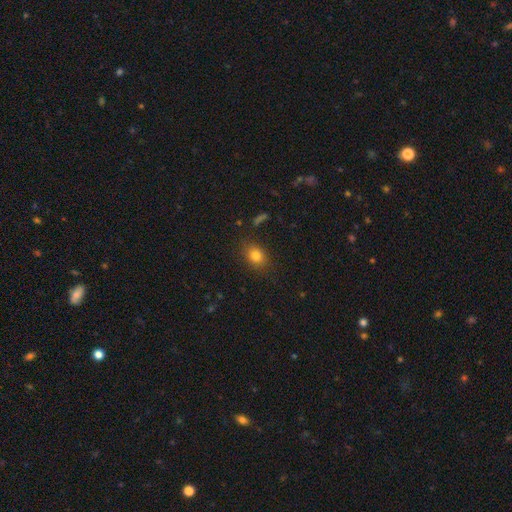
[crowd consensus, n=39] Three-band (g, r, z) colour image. It shows a smooth galaxy with no disk features (85%) that is in between round and cigar-shaped (79%). Merging: none (66%).